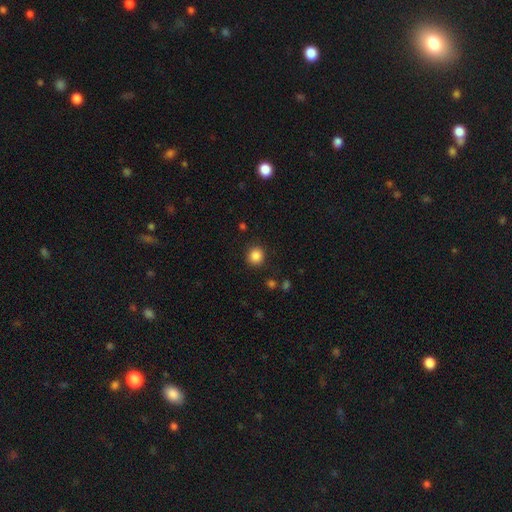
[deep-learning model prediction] Smooth or featured? smooth (86%)
How rounded? round (88%)
Merging? none (89%)